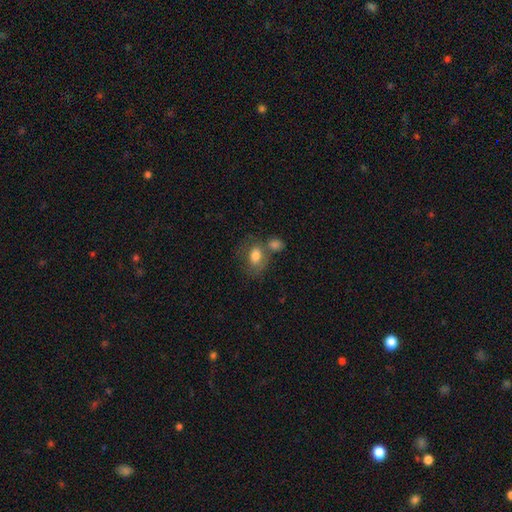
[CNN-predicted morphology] Overall: smooth (77%). How rounded: in between (76%). Merging: none (44%; merger 33%).